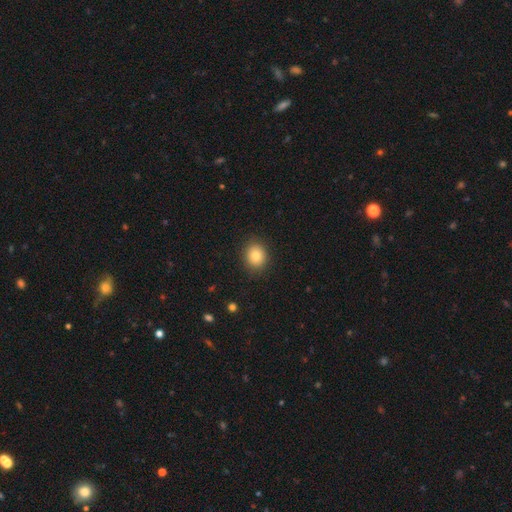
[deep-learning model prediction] Smooth or featured?
  - smooth: 81% *
  - star or artifact: 10%
  - featured or disk: 9%
How rounded?
  - round: 71% *
  - in between: 28%
  - cigar-shaped: 1%
Merging?
  - none: 89% *
  - minor disturbance: 8%
  - major disturbance: 2%
  - merger: 1%